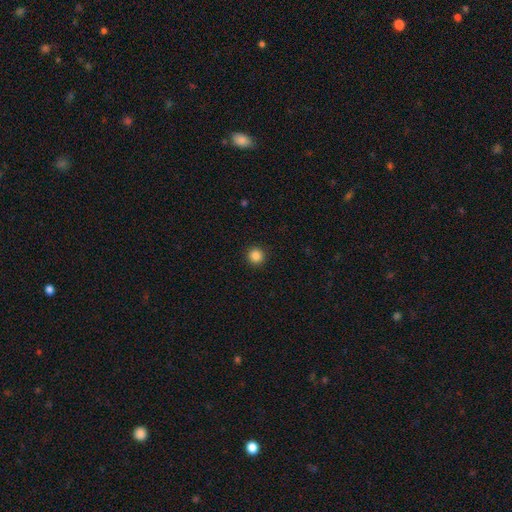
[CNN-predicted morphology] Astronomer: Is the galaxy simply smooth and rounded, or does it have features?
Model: smooth — 86%.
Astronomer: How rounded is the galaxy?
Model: round — 96%.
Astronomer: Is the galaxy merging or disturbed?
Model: none — 93%.